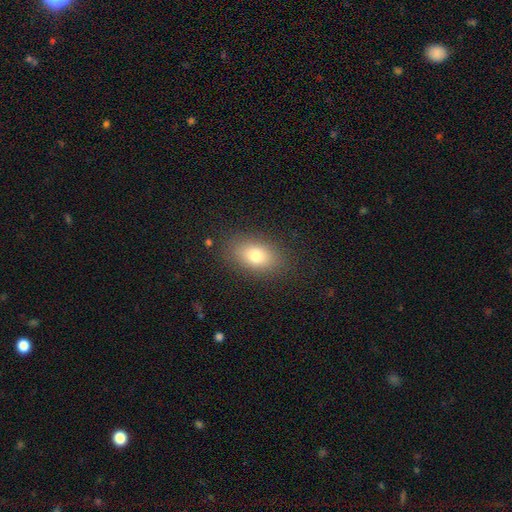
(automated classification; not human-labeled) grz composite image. It shows a smooth galaxy with no disk features (77%) that is in between round and cigar-shaped (83%). Merging: none (85%).